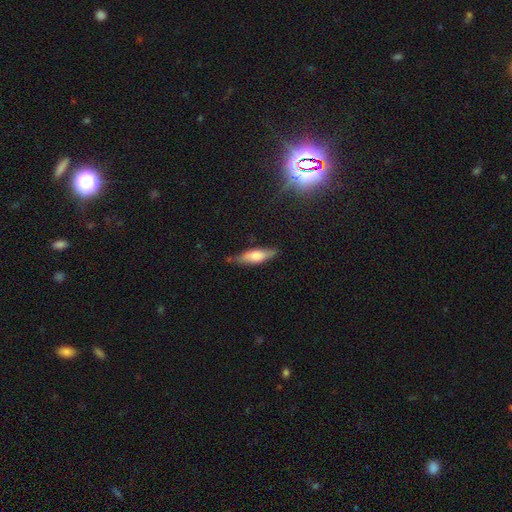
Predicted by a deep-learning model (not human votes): Q: Smooth or featured?
A: smooth (58%); runner-up: featured or disk (35%)
Q: How rounded?
A: cigar-shaped (58%); runner-up: in between (40%)
Q: Merging?
A: none (73%); runner-up: minor disturbance (21%)